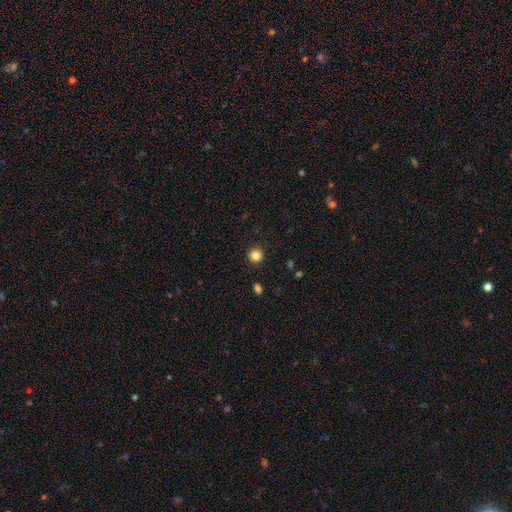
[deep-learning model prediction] smooth 84%, star or artifact 12%, featured or disk 4%. Down the decision tree: how rounded — round (94%); merging — none (93%).